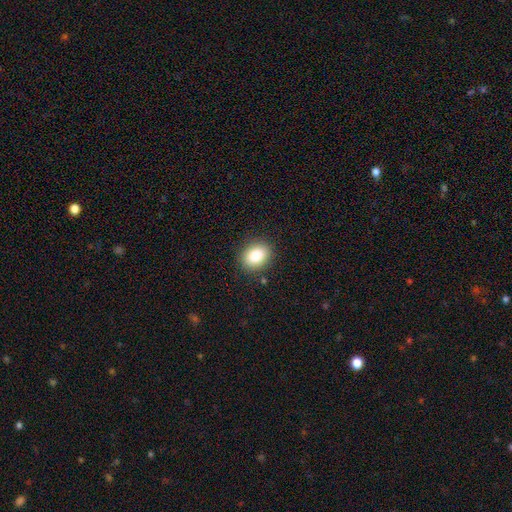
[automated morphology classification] A smooth galaxy with no disk features (84%) that is in between round and cigar-shaped (55%).

Vote fractions:
- Smooth or featured? smooth: 84% / star or artifact: 9% / featured or disk: 7%
- How rounded? in between: 55% / round: 44% / cigar-shaped: 1%
- Merging? none: 87% / minor disturbance: 9% / major disturbance: 3% / merger: 1%